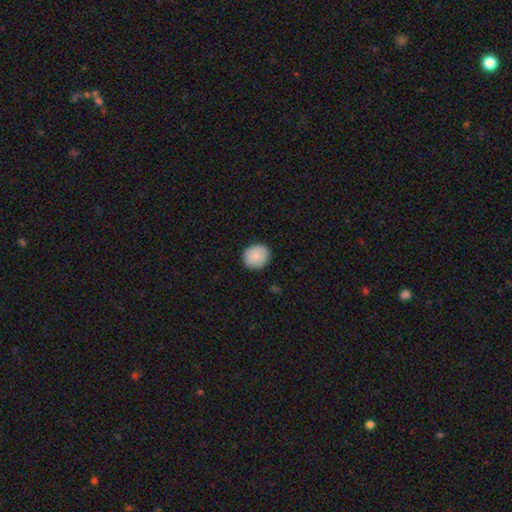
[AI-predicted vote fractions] Smooth or featured?
  - smooth: 88% *
  - star or artifact: 7%
  - featured or disk: 5%
How rounded?
  - round: 84% *
  - in between: 15%
  - cigar-shaped: 1%
Merging?
  - none: 90% *
  - minor disturbance: 8%
  - major disturbance: 2%
  - merger: 1%